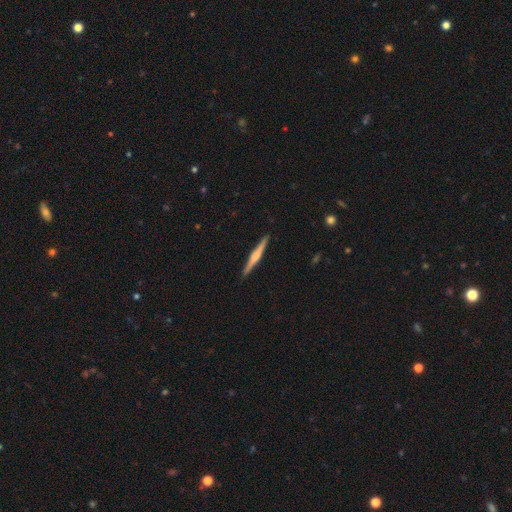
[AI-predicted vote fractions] This appears to be a featured or disk galaxy (61%) viewed edge-on (98%) with a rounded central bulge (58%). Merging: none (92%).